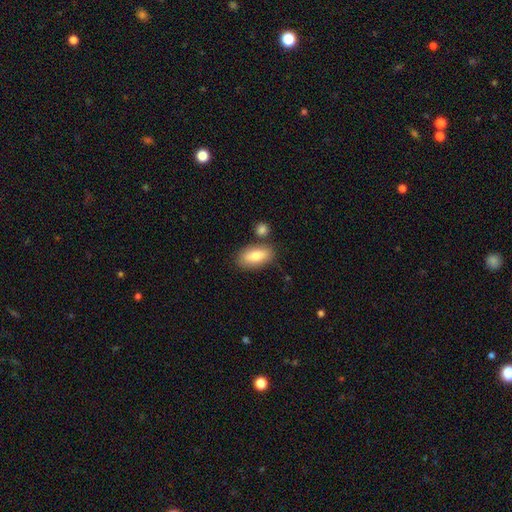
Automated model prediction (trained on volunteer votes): A smooth galaxy with no disk features (81%) that is in between round and cigar-shaped (89%).

Vote fractions:
- Smooth or featured? smooth: 81% / featured or disk: 12% / star or artifact: 6%
- How rounded? in between: 89% / cigar-shaped: 8% / round: 4%
- Merging? none: 76% / minor disturbance: 13% / merger: 9% / major disturbance: 3%